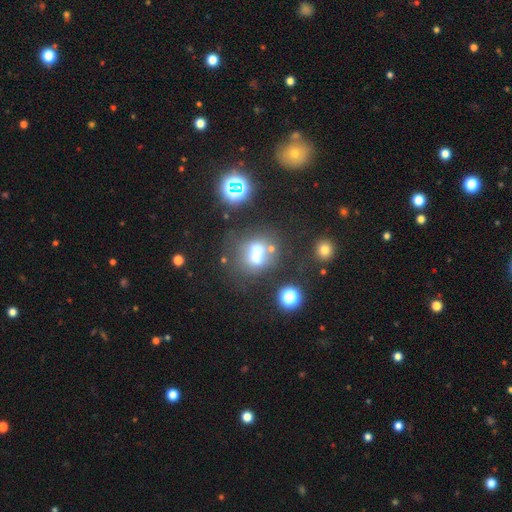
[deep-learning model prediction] Smooth or featured: smooth — 51% (featured or disk — 29%)
How rounded: in between — 51% (round — 44%)
Merging: none — 51% (merger — 18%)